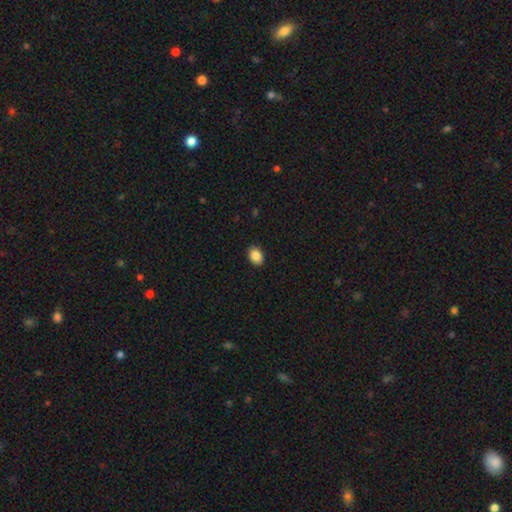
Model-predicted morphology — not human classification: Overall: smooth (88%). How rounded: in between (74%). Merging: none (89%).